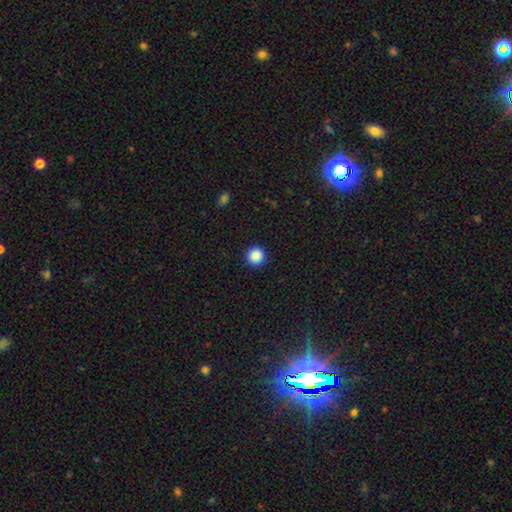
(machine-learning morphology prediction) smooth 88%, star or artifact 10%, featured or disk 2%. Down the decision tree: how rounded — round (96%); merging — none (93%).